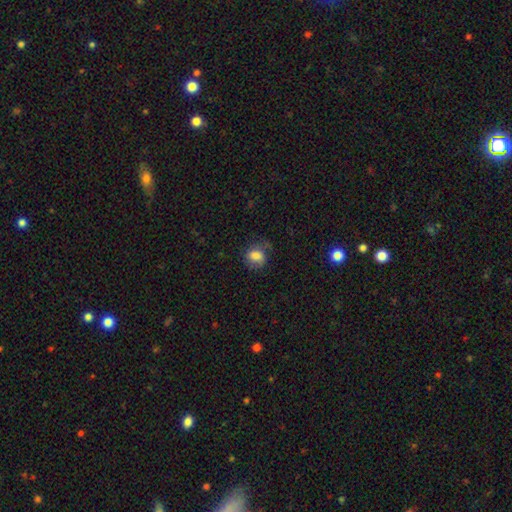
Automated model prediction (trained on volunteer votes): A smooth galaxy with no disk features (75%) that is round (55%). Merging: none (57%).